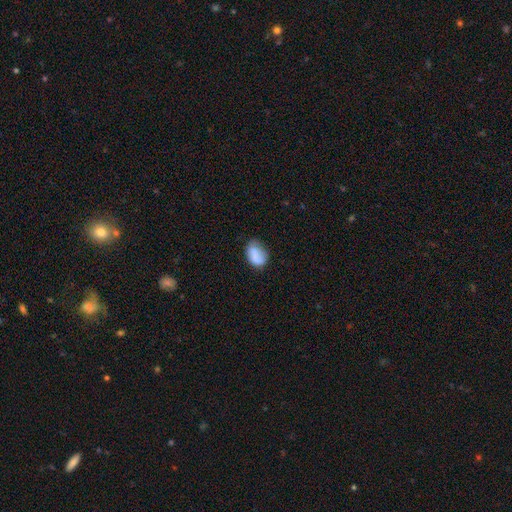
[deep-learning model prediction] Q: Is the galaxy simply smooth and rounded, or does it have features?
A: smooth — 78%.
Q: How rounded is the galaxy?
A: in between — 77%.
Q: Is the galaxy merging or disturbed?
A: none — 56%.